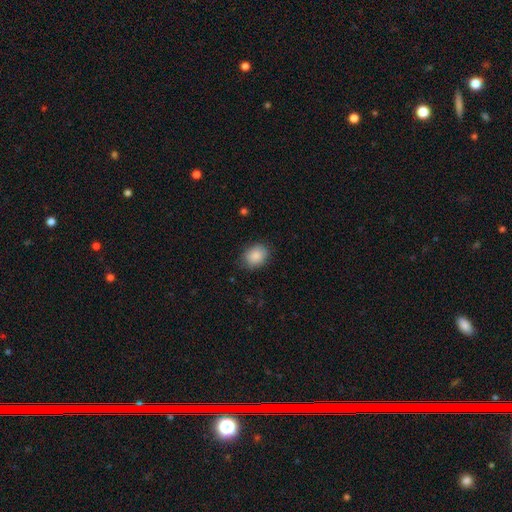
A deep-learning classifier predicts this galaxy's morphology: Smooth or featured: smooth — 88% (star or artifact — 7%)
How rounded: in between — 59% (round — 40%)
Merging: none — 79% (minor disturbance — 16%)